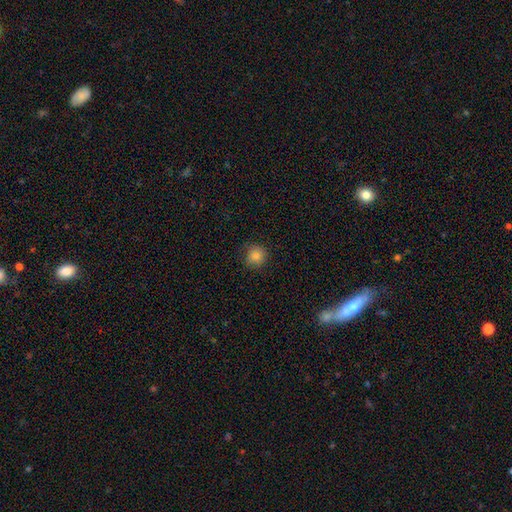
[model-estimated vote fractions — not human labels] Q: Smooth or featured?
A: smooth (81%); runner-up: star or artifact (12%)
Q: How rounded?
A: round (92%); runner-up: in between (7%)
Q: Merging?
A: none (84%); runner-up: minor disturbance (12%)